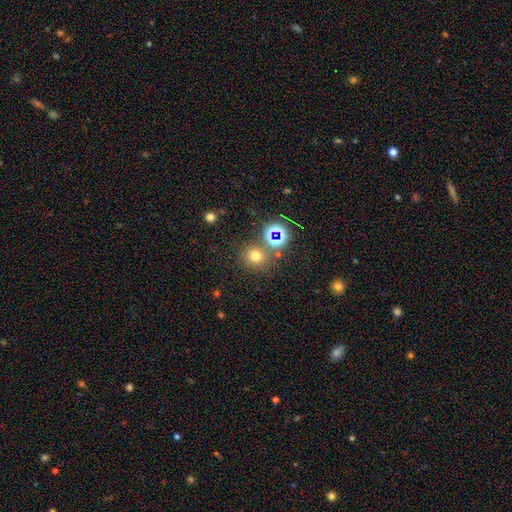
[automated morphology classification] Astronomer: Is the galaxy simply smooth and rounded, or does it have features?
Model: smooth — 67%.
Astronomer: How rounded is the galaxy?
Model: round — 88%.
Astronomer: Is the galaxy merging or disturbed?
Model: none — 75%.